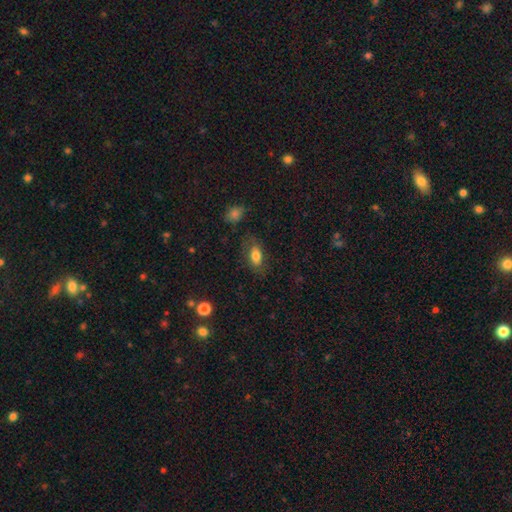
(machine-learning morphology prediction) This is likely a smooth galaxy (77%). How rounded: clearly in between (87%). Merging: likely none (76%).